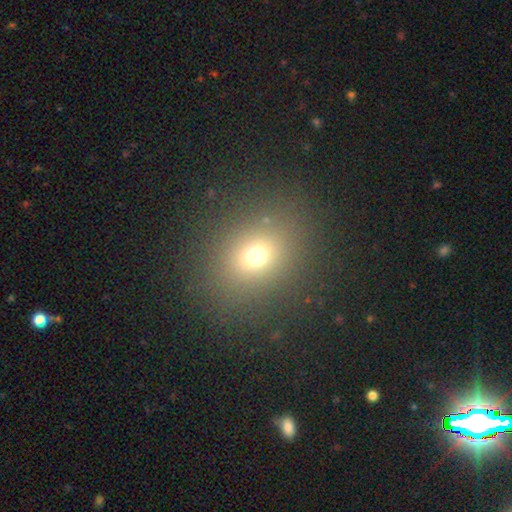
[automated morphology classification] smooth 69%, star or artifact 20%, featured or disk 10%. Down the decision tree: how rounded — round (60%); merging — none (84%).